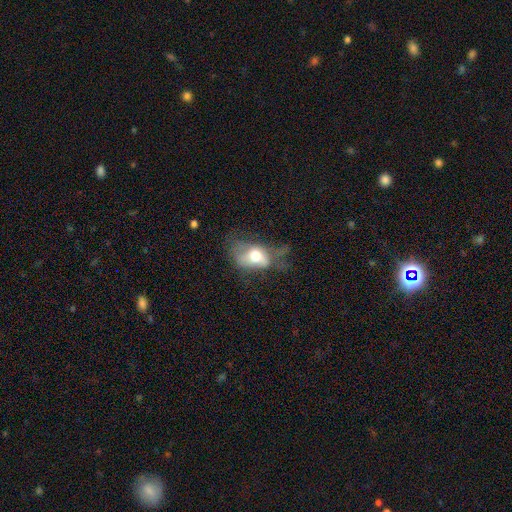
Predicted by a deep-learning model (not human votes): smooth 53%, featured or disk 37%, star or artifact 10%. Down the decision tree: how rounded — in between (80%); merging — major disturbance (42%).